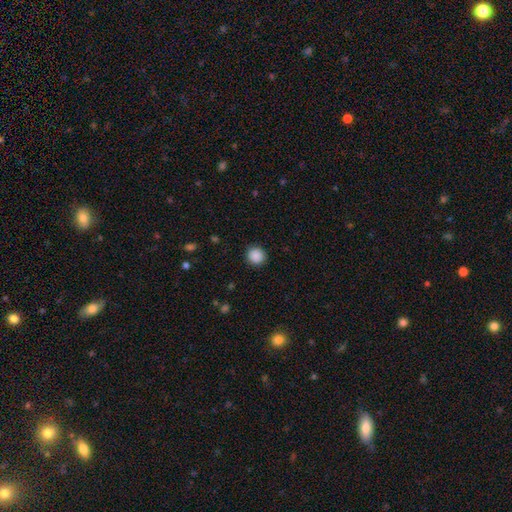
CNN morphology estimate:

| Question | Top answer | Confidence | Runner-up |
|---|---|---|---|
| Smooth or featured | smooth | 89% | star or artifact (9%) |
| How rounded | round | 93% | in between (6%) |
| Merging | none | 91% | minor disturbance (6%) |